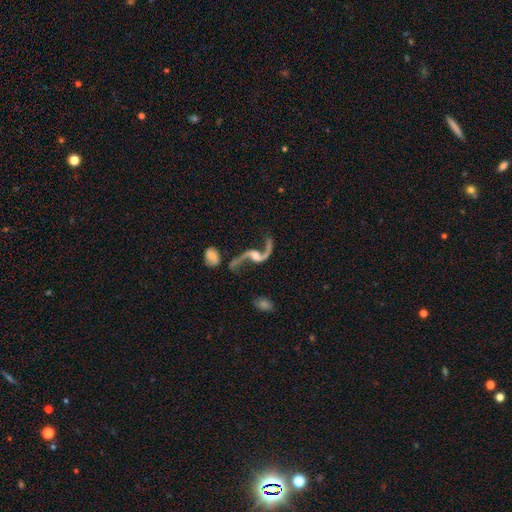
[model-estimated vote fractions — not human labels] smooth_or_featured: featured or disk (p=0.92) [alt: star or artifact p=0.05]
disk_edge_on: no (p=0.96) [alt: yes p=0.04]
bar: no (p=0.48) [alt: weak p=0.36]
has_spiral_arms: yes (p=0.96) [alt: no p=0.04]
spiral_winding: loose (p=0.92) [alt: medium p=0.06]
spiral_arm_count: 2 (p=0.94) [alt: 1 p=0.02]
bulge_size: moderate (p=0.39) [alt: small p=0.30]
merging: none (p=0.63) [alt: minor disturbance p=0.15]